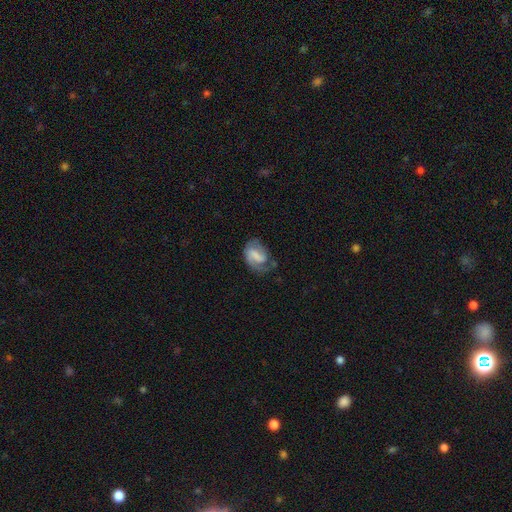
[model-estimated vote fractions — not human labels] Smooth or featured?
  - featured or disk: 63% *
  - smooth: 30%
  - star or artifact: 7%
Edge-on disk?
  - no: 97% *
  - yes: 3%
Bar?
  - weak: 46% *
  - strong: 30%
  - no: 25%
Spiral arms?
  - yes: 87% *
  - no: 13%
Spiral winding?
  - medium: 43% *
  - tight: 34%
  - loose: 23%
Spiral arm count?
  - 2: 54% *
  - 1: 32%
  - can't tell: 10%
  - 3: 2%
  - 4: 1%
  - more than 4: 1%
Bulge size?
  - none: 47% *
  - small: 22%
  - moderate: 18%
  - large: 11%
  - dominant: 2%
Merging?
  - none: 48% *
  - minor disturbance: 28%
  - major disturbance: 21%
  - merger: 3%